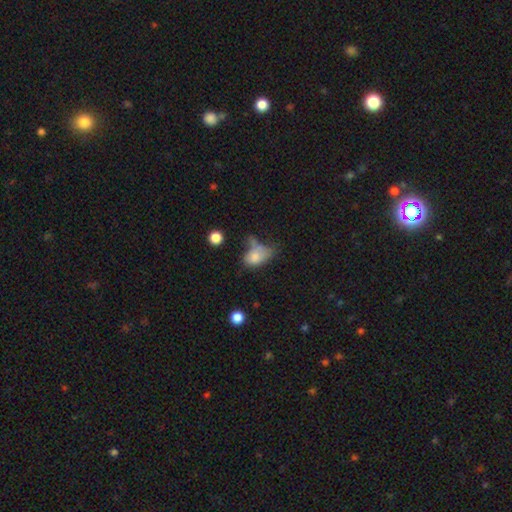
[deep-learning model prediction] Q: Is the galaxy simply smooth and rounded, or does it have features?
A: smooth — 74%.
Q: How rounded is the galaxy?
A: in between — 85%.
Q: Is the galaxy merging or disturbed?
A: none — 28%.